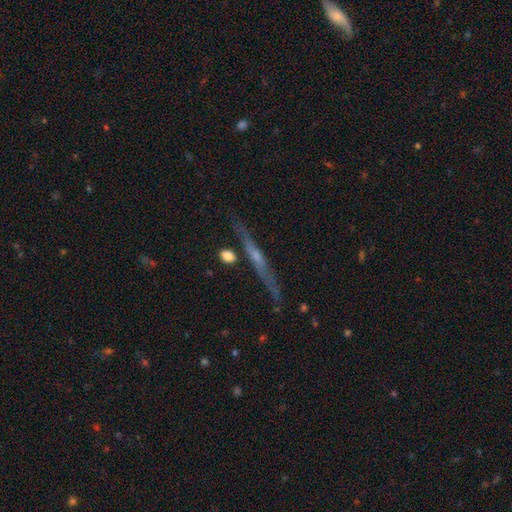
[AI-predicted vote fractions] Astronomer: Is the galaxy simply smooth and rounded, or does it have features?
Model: featured or disk — 74%.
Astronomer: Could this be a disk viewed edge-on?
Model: yes — 96%.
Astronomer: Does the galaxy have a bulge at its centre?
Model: rounded — 60%.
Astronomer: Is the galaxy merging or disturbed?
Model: none — 83%.